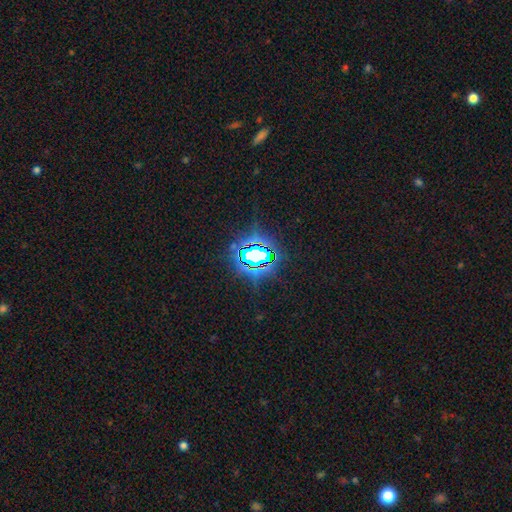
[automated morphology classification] A star or artifact, not a galaxy (74%).

Vote fractions:
- Smooth or featured? star or artifact: 74% / smooth: 14% / featured or disk: 12%